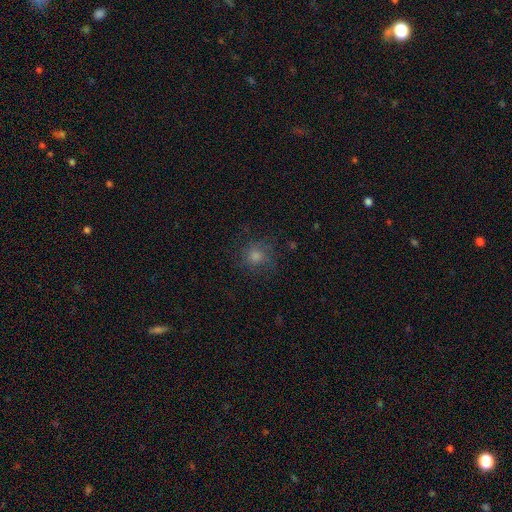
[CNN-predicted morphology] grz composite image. It shows a smooth galaxy with no disk features (63%) that is round (89%). Merging: none (78%).